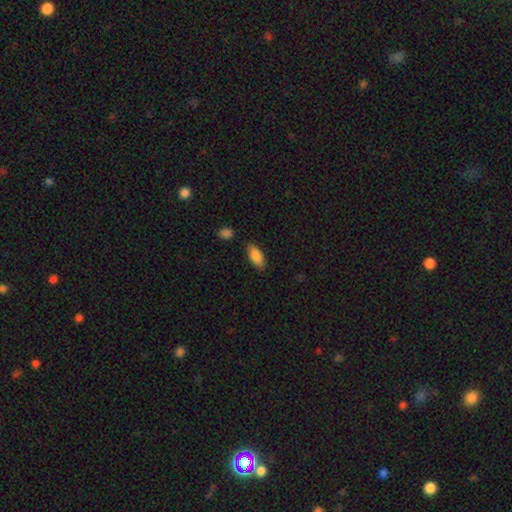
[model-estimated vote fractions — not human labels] Smooth or featured? smooth (86%)
How rounded? in between (85%)
Merging? none (83%)